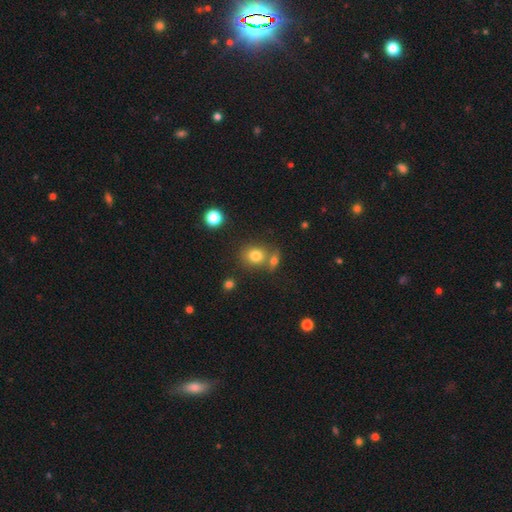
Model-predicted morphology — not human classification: The model was most divided on "merging": none: 59%, merger: 26%, minor disturbance: 10%, major disturbance: 4%. More confident: smooth or featured — smooth (78%); how rounded — round (69%).